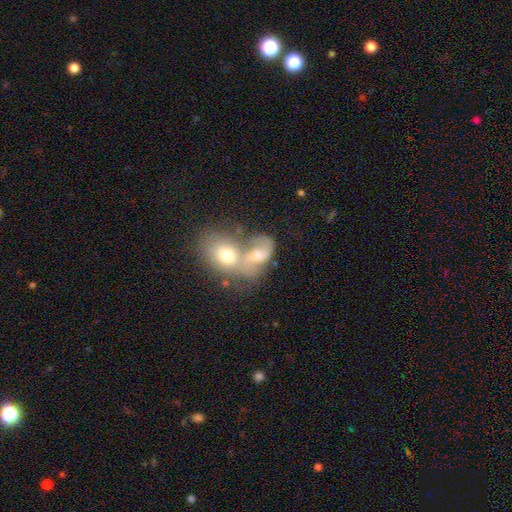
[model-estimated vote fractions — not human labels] smooth_or_featured: smooth (p=0.52) [alt: featured or disk p=0.38]
how_rounded: in between (p=0.71) [alt: round p=0.27]
merging: merger (p=0.72) [alt: none p=0.15]